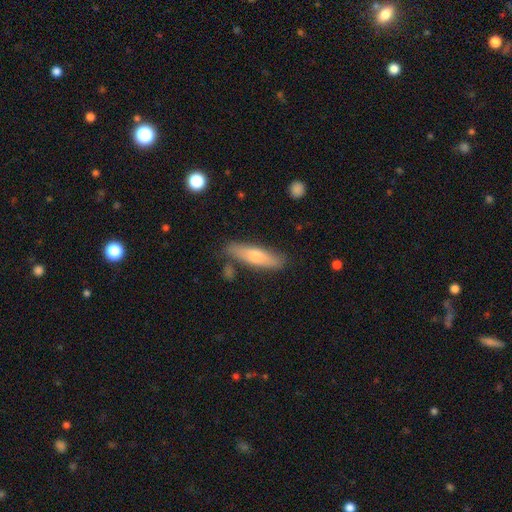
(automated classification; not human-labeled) Smooth or featured?
  - smooth: 63% *
  - featured or disk: 31%
  - star or artifact: 6%
How rounded?
  - cigar-shaped: 69% *
  - in between: 29%
  - round: 2%
Merging?
  - none: 78% *
  - minor disturbance: 14%
  - merger: 5%
  - major disturbance: 3%